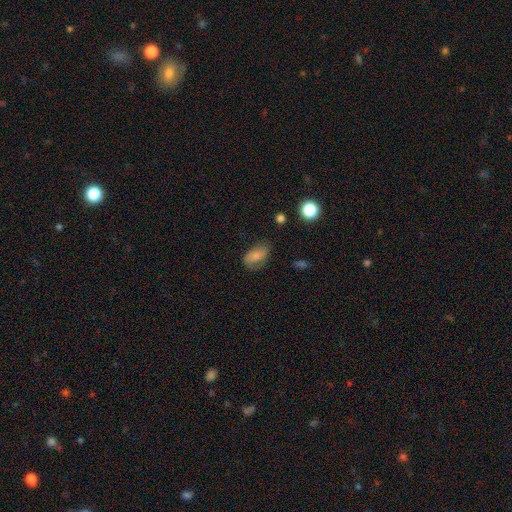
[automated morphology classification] smooth_or_featured: smooth (p=0.70) [alt: featured or disk p=0.20]
how_rounded: in between (p=0.89) [alt: round p=0.08]
merging: none (p=0.58) [alt: minor disturbance p=0.28]